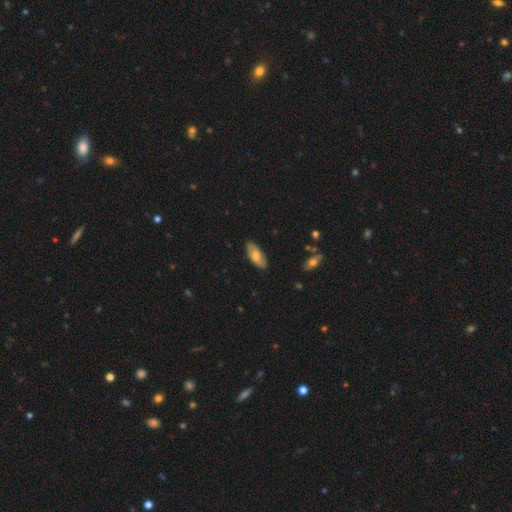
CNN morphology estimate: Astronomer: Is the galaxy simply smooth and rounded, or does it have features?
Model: smooth — 60%.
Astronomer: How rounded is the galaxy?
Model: in between — 86%.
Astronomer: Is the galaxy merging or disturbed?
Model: none — 84%.